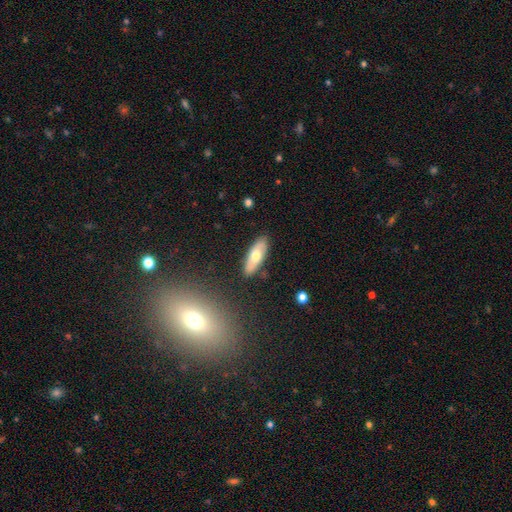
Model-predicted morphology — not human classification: The model was most divided on "smooth or featured": smooth: 58%, featured or disk: 36%, star or artifact: 6%. More confident: merging — none (85%); how rounded — in between (68%).